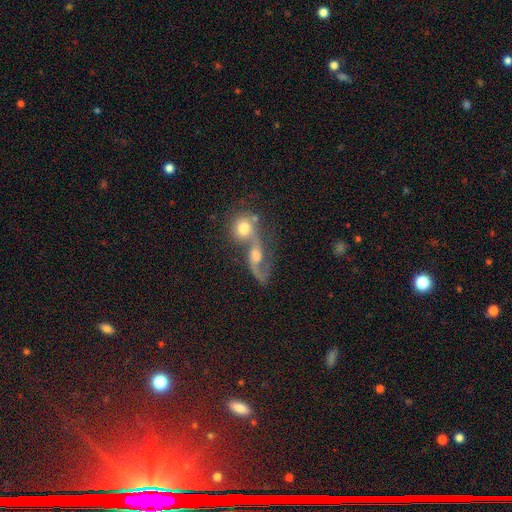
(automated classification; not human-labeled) smooth-or-featured: featured or disk: 68% | smooth: 22% | star or artifact: 10%
  disk-edge-on: no: 93% | yes: 7%
    bar: no: 56% | weak: 35% | strong: 9%
    has-spiral-arms: yes: 87% | no: 13%
      spiral-winding: loose: 72% | medium: 22% | tight: 5%
      spiral-arm-count: 2: 84% | 1: 10% | can't tell: 3% | 3: 1% | 4: 1% | more than 4: 1%
    bulge-size: moderate: 50% | large: 23% | small: 17% | none: 7% | dominant: 3%
  merging: merger: 56% | none: 25% | major disturbance: 10% | minor disturbance: 9%